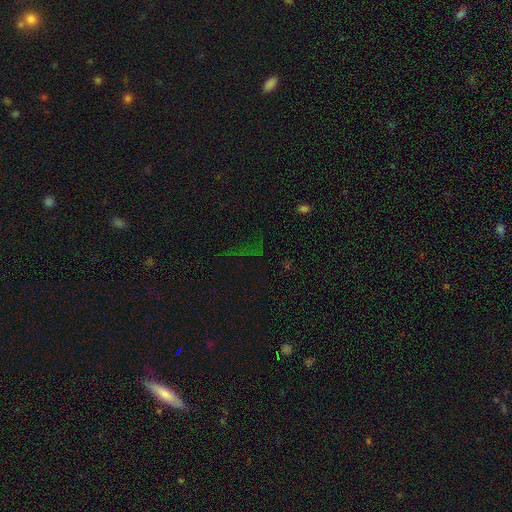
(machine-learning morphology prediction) This appears to be a star or artifact, not a galaxy (69%).